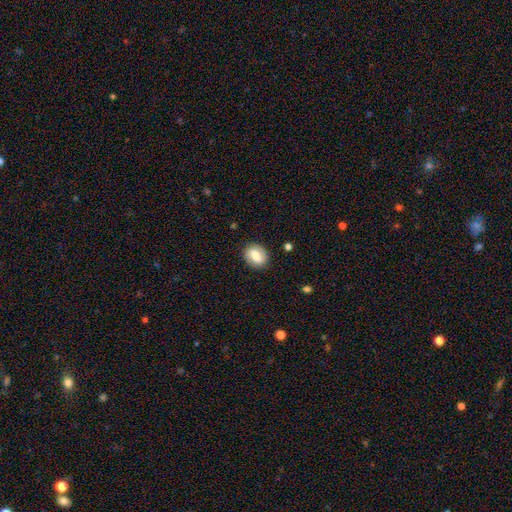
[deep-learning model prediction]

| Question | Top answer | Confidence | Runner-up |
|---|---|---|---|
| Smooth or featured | smooth | 58% | featured or disk (34%) |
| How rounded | round | 53% | in between (46%) |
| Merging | none | 86% | minor disturbance (10%) |